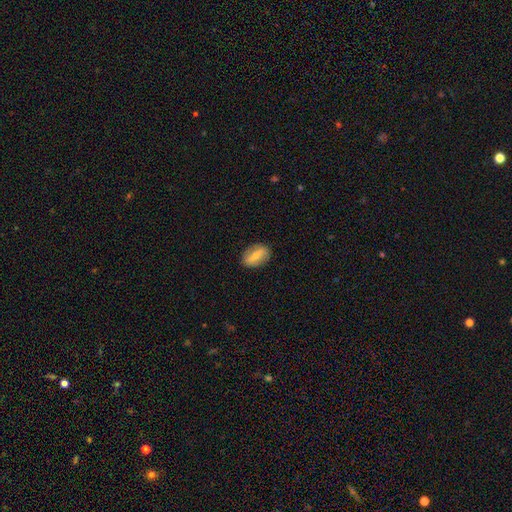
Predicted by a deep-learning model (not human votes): Overall: smooth (56%; featured or disk 37%). How rounded: in between (83%). Merging: none (86%).